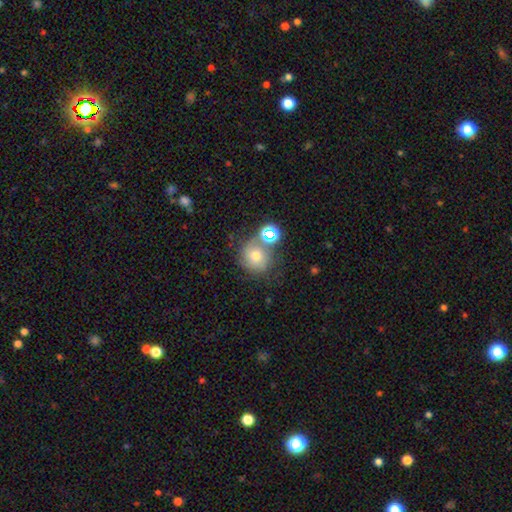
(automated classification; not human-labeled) This is possibly a smooth galaxy (55%). How rounded: clearly round (80%). Merging: possibly none (53%).